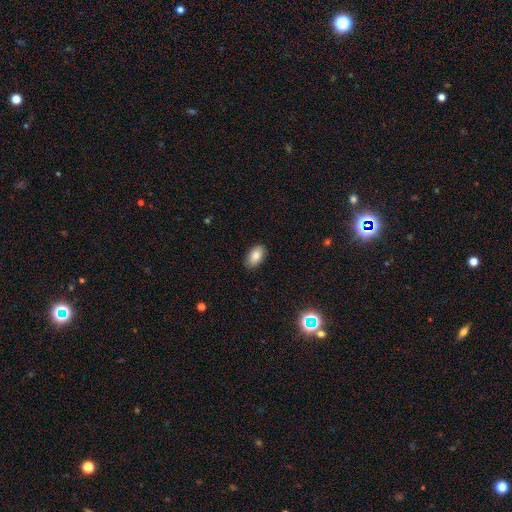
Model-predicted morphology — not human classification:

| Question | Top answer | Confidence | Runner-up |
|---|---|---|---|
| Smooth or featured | smooth | 84% | featured or disk (8%) |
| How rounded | in between | 93% | round (5%) |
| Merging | none | 87% | minor disturbance (10%) |